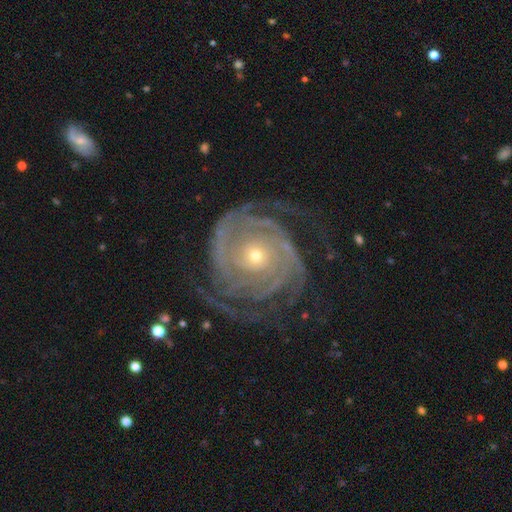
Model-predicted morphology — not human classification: type=featured or disk (91%); edge-on=no (97%); bar=no (78%); spiral arms=yes (98%); winding=tight (74%); arm count=2 (34%); bulge=small (69%); merging=none (68%).